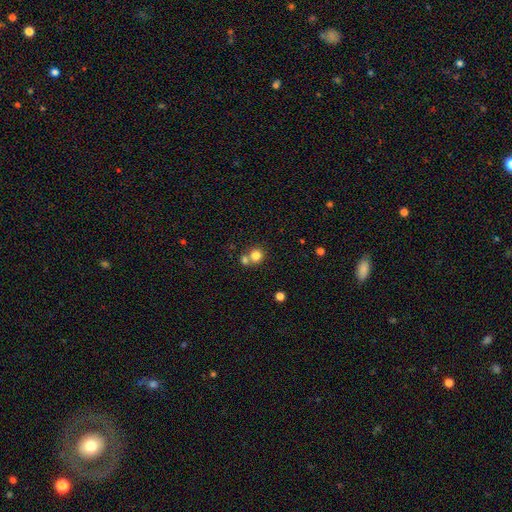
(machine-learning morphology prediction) Smooth or featured: smooth — 81% (star or artifact — 11%)
How rounded: round — 86% (in between — 13%)
Merging: none — 50% (merger — 40%)